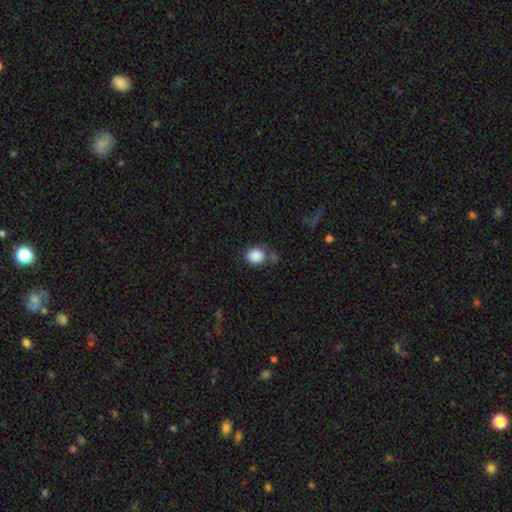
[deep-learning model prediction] smooth 87%, star or artifact 9%, featured or disk 4%. Down the decision tree: how rounded — round (63%); merging — none (65%).